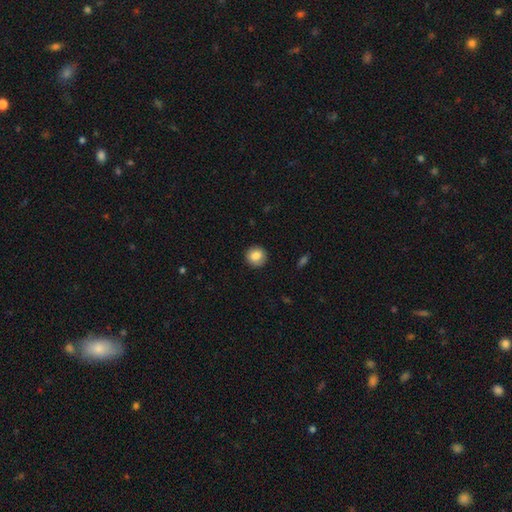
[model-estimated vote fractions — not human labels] A smooth galaxy with no disk features (84%) that is round (90%).

Vote fractions:
- Smooth or featured? smooth: 84% / star or artifact: 8% / featured or disk: 8%
- How rounded? round: 90% / in between: 9% / cigar-shaped: 1%
- Merging? none: 90% / minor disturbance: 7% / major disturbance: 2% / merger: 1%